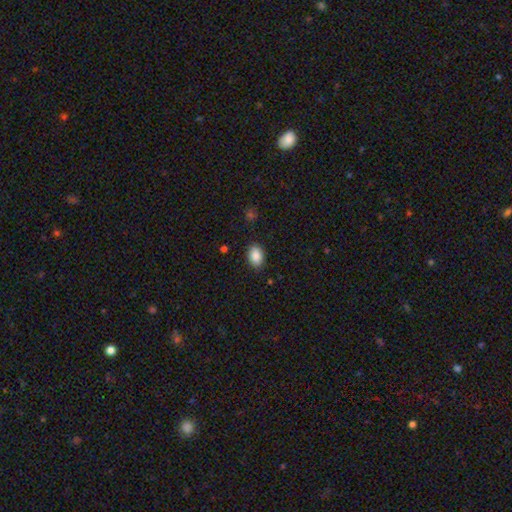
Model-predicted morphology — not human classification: The model was most divided on "how rounded": in between: 85%, round: 14%, cigar-shaped: 1%. More confident: smooth or featured — smooth (88%); merging — none (87%).